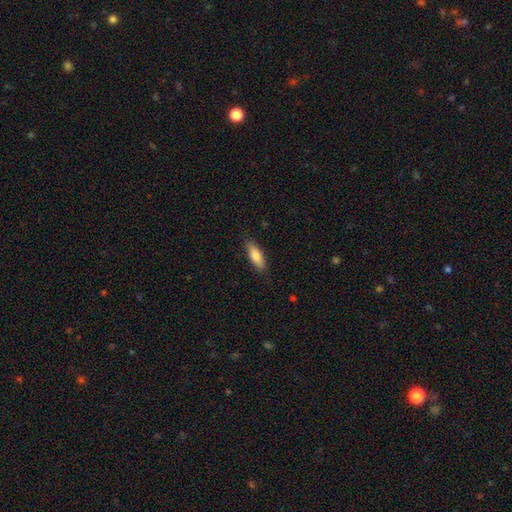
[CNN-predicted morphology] This is clearly a smooth galaxy (83%). How rounded: likely in between (65%). Merging: clearly none (86%).